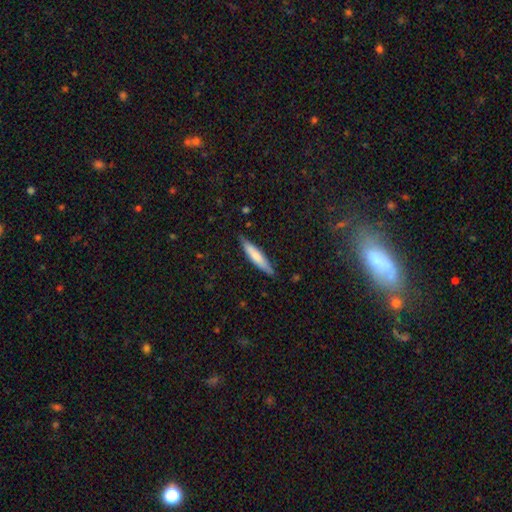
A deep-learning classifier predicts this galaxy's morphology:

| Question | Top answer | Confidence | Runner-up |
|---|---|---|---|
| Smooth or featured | smooth | 70% | featured or disk (25%) |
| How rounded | cigar-shaped | 87% | in between (12%) |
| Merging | none | 84% | minor disturbance (12%) |